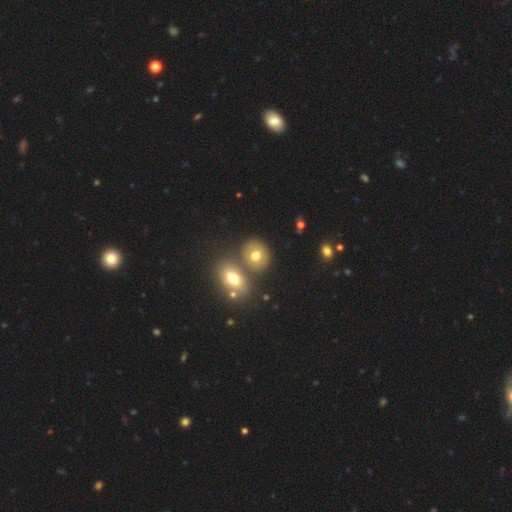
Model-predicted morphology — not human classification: The model was most divided on "how rounded": round: 63%, in between: 36%, cigar-shaped: 1%. More confident: smooth or featured — smooth (70%); merging — none (61%).